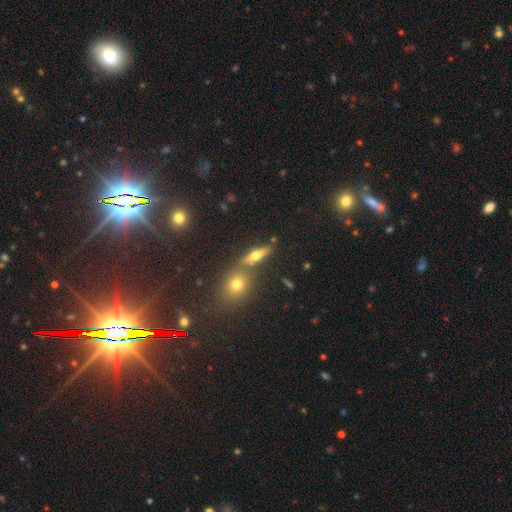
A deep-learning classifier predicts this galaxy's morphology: Q: Smooth or featured?
A: featured or disk (50%); runner-up: smooth (35%)
Q: Merging?
A: none (71%); runner-up: merger (15%)